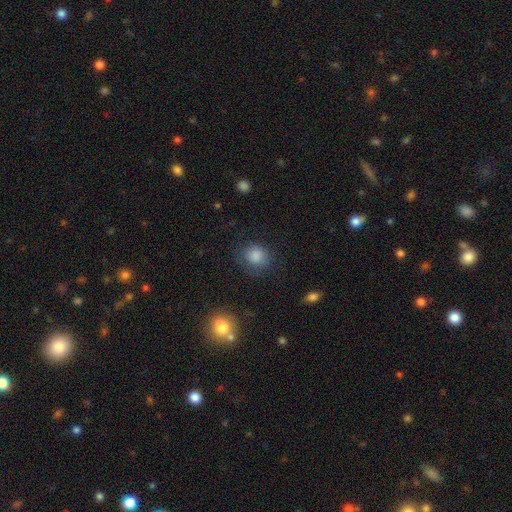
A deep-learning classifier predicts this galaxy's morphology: A smooth galaxy with no disk features (83%) that is round (70%).

Vote fractions:
- Smooth or featured? smooth: 83% / star or artifact: 10% / featured or disk: 6%
- How rounded? round: 70% / in between: 29% / cigar-shaped: 1%
- Merging? none: 70% / minor disturbance: 20% / major disturbance: 8% / merger: 2%